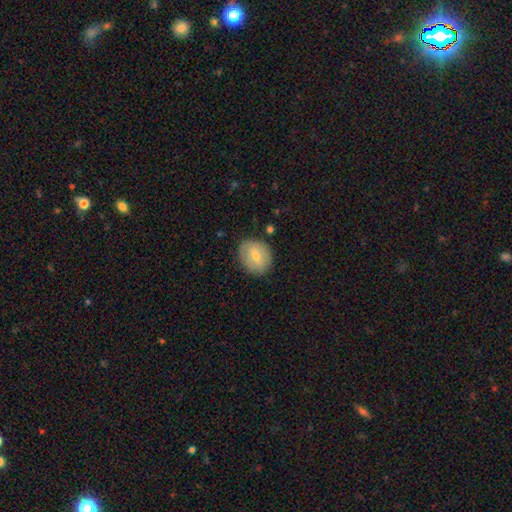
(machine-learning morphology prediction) smooth 58%, featured or disk 34%, star or artifact 8%. Down the decision tree: how rounded — round (67%); merging — none (81%).